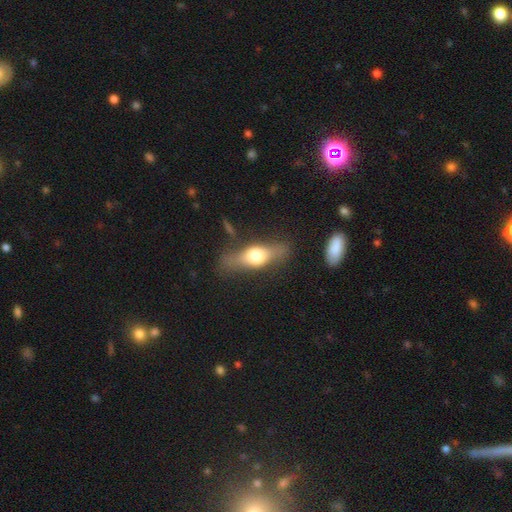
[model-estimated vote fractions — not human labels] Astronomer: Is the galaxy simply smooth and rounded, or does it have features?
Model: featured or disk — 48% (runner-up: smooth, 45%).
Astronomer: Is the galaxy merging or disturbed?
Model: none — 70%.